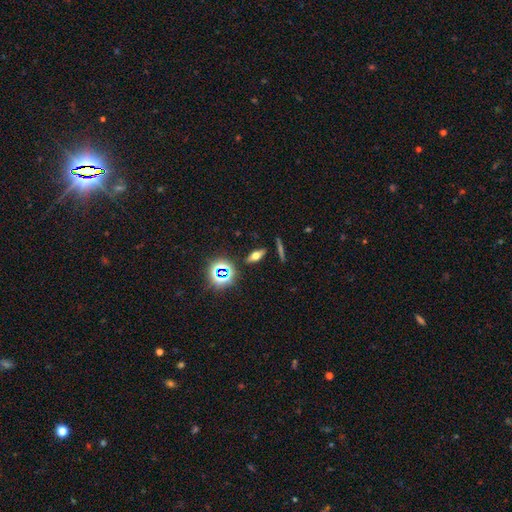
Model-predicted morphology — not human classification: type=smooth (45%); merging=none (87%).